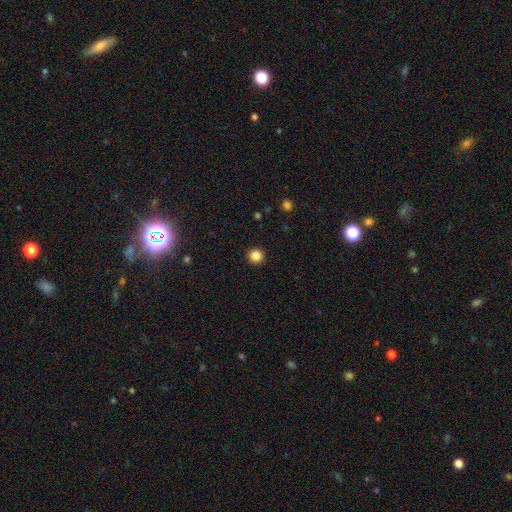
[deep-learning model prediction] Morphology: type=smooth (86%); roundness=round (96%); merging=none (94%).